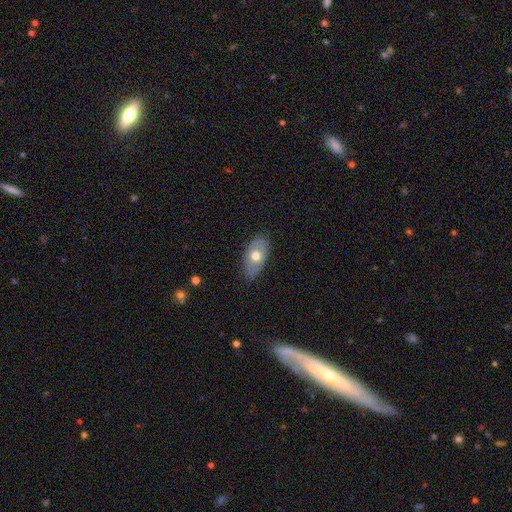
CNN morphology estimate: smooth_or_featured: smooth (p=0.59) [alt: featured or disk p=0.35]
how_rounded: in between (p=0.90) [alt: round p=0.07]
merging: none (p=0.79) [alt: minor disturbance p=0.17]